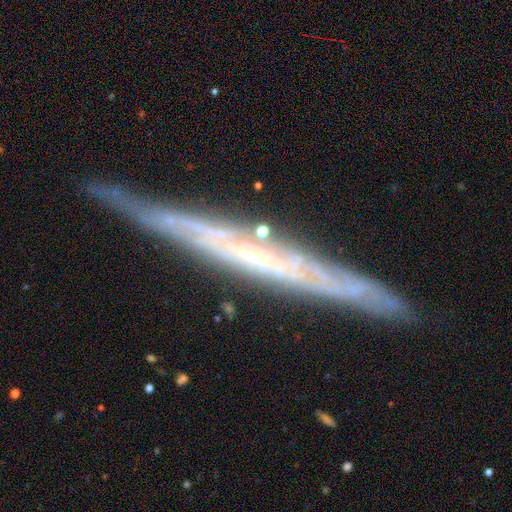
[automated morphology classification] The model was most divided on "smooth or featured": featured or disk: 78%, smooth: 15%, star or artifact: 7%. More confident: edge-on disk — yes (92%); merging — none (83%); edge-on bulge — none (80%).